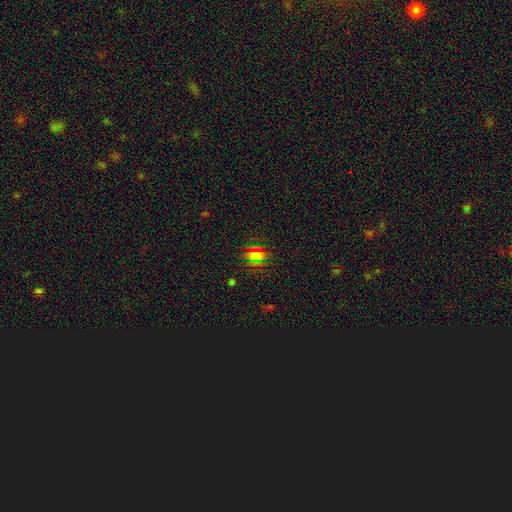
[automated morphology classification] The model was most divided on "smooth or featured": smooth: 49%, star or artifact: 40%, featured or disk: 10%. More confident: merging — none (80%).